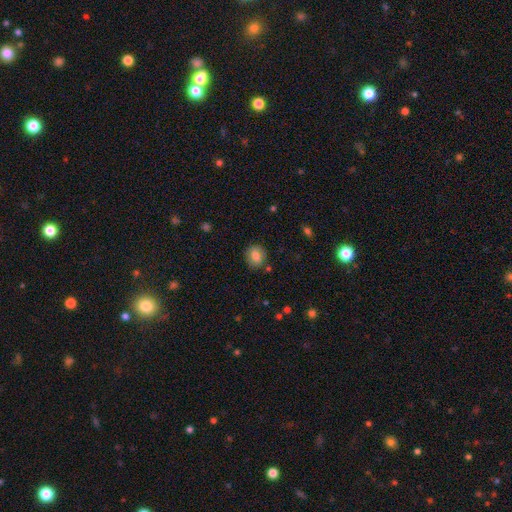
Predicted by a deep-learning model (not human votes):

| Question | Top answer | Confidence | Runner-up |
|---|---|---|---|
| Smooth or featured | smooth | 74% | featured or disk (17%) |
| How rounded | round | 61% | in between (38%) |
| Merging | none | 81% | minor disturbance (13%) |